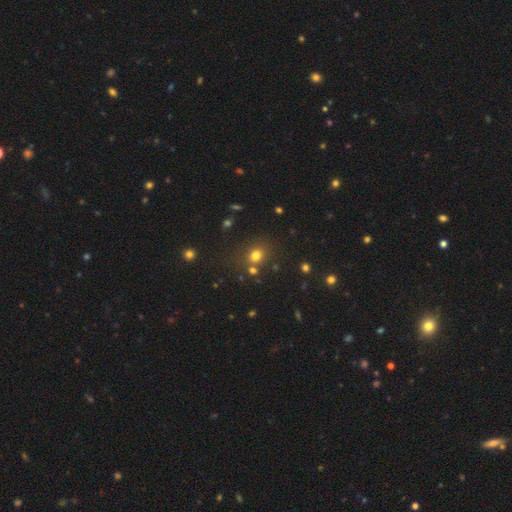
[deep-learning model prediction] This appears to be a smooth galaxy with no disk features (73%) that is round (69%). Merging: none (73%).